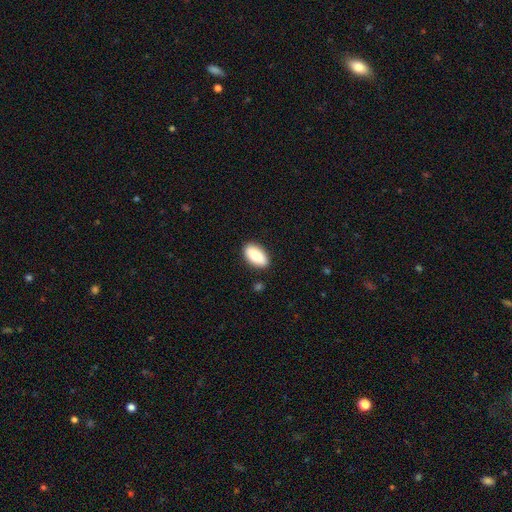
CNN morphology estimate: This appears to be a smooth galaxy with no disk features (86%) that is in between round and cigar-shaped (92%). Merging: none (87%).